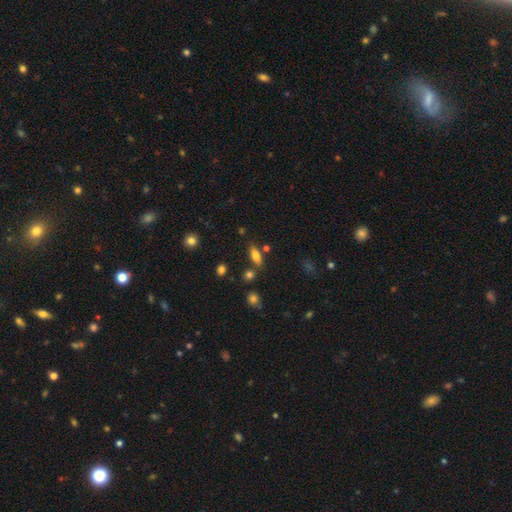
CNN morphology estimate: Q: Smooth or featured?
A: smooth (74%); runner-up: featured or disk (17%)
Q: How rounded?
A: in between (75%); runner-up: cigar-shaped (22%)
Q: Merging?
A: none (74%); runner-up: minor disturbance (13%)